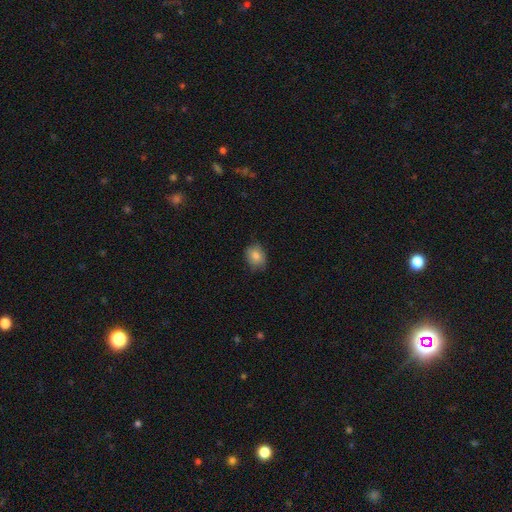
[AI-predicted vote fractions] A smooth galaxy with no disk features (82%) that is in between round and cigar-shaped (51%).

Vote fractions:
- Smooth or featured? smooth: 82% / featured or disk: 9% / star or artifact: 9%
- How rounded? in between: 51% / round: 48% / cigar-shaped: 1%
- Merging? none: 74% / minor disturbance: 21% / major disturbance: 4% / merger: 1%